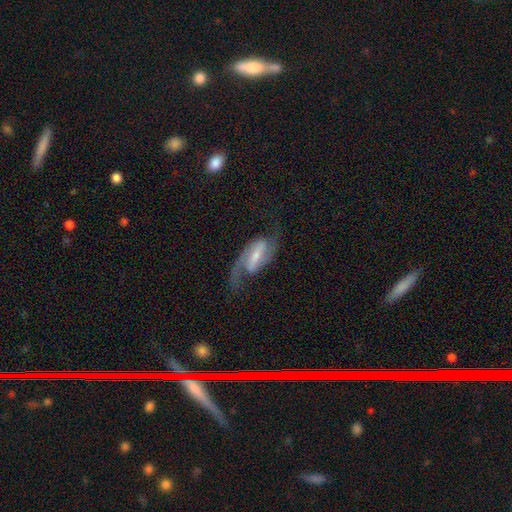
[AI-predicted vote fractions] A featured or disk galaxy (87%) with a strong bar (49%), 2 (90%) medium (48%) spiral arms (96%) and a small central bulge (46%). Merging: none (70%).